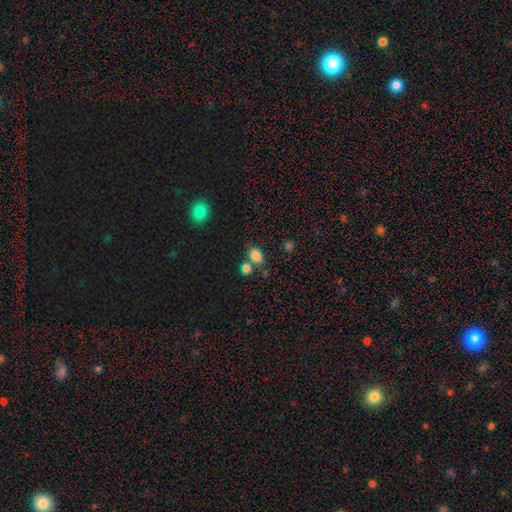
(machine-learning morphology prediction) Smooth or featured? smooth (80%)
How rounded? in between (72%)
Merging? none (64%)